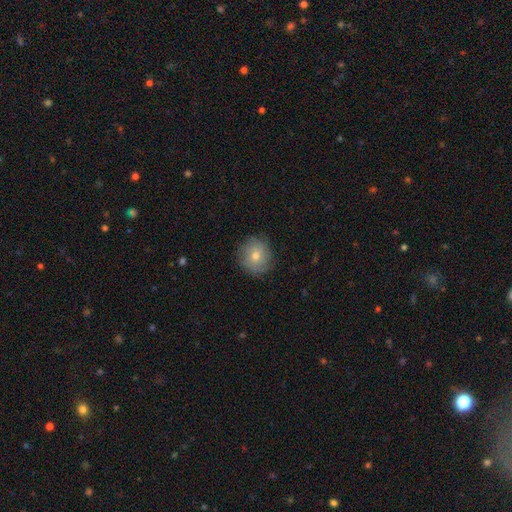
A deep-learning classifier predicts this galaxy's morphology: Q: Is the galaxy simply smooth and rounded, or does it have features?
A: smooth — 56%.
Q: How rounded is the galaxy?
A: round — 87%.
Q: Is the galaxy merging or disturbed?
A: none — 83%.